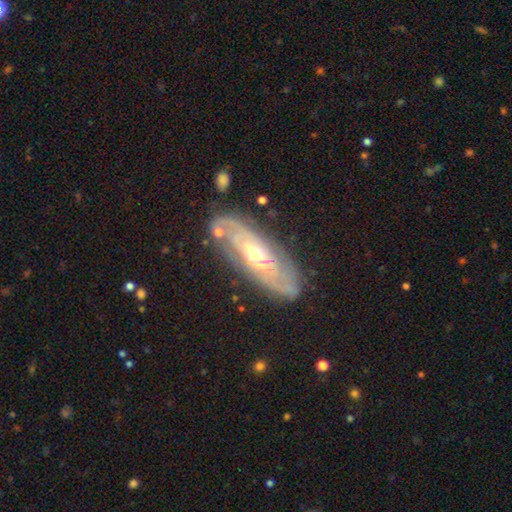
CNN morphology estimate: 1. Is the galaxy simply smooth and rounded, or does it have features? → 80% featured or disk, 15% smooth, 5% star or artifact.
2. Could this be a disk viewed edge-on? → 83% no, 17% yes.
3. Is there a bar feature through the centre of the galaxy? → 67% no, 24% weak, 9% strong.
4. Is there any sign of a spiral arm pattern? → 75% yes, 25% no.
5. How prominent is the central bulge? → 70% moderate, 20% small, 8% large, 1% dominant, 1% none.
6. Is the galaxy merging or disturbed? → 77% none, 15% minor disturbance, 6% major disturbance, 3% merger.